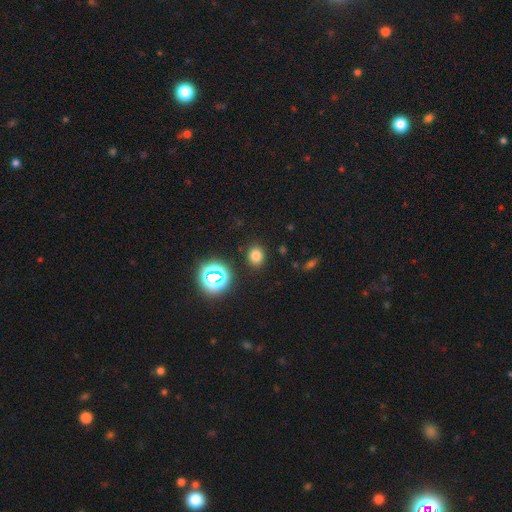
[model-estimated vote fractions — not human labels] smooth_or_featured: smooth (p=0.74) [alt: star or artifact p=0.19]
how_rounded: round (p=0.62) [alt: in between p=0.37]
merging: none (p=0.88) [alt: minor disturbance p=0.08]